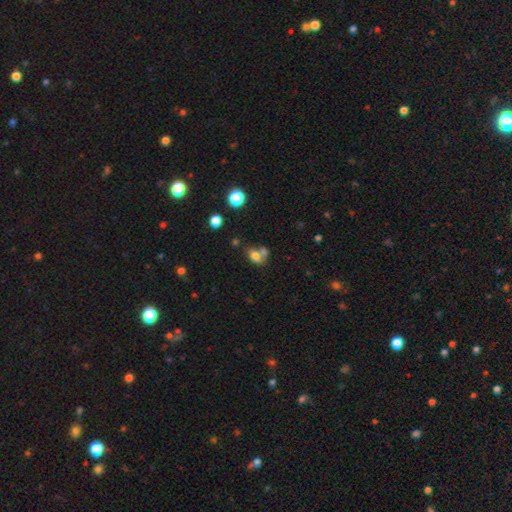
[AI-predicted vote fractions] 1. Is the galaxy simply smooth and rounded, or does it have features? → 75% smooth, 13% star or artifact, 12% featured or disk.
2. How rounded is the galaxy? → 75% in between, 24% round, 2% cigar-shaped.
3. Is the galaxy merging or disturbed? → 43% merger, 40% none, 12% minor disturbance, 6% major disturbance.